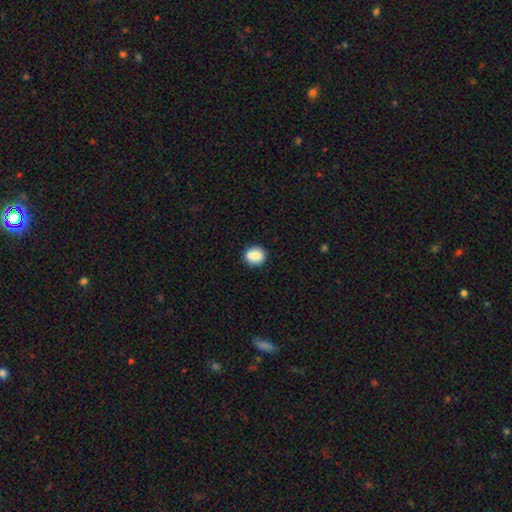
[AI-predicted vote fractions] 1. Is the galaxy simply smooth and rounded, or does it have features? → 82% smooth, 9% featured or disk, 9% star or artifact.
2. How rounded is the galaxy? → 78% round, 21% in between, 1% cigar-shaped.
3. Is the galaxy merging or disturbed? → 78% none, 13% minor disturbance, 6% merger, 3% major disturbance.